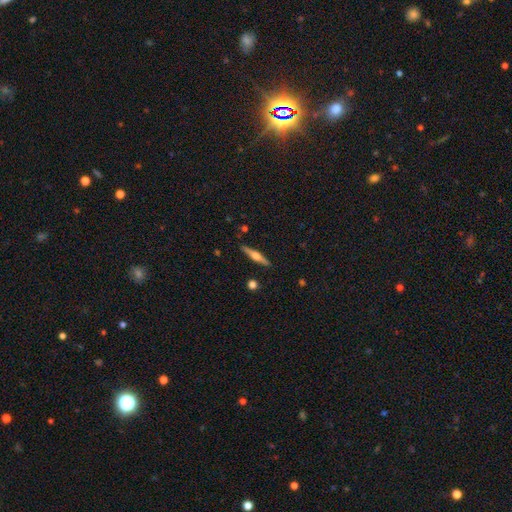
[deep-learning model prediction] featured or disk 66%, smooth 28%, star or artifact 6%. Down the decision tree: edge-on disk — yes (98%); edge-on bulge — rounded (83%); merging — none (90%).